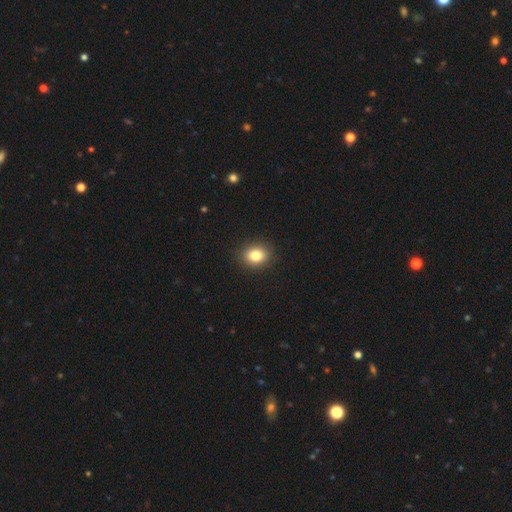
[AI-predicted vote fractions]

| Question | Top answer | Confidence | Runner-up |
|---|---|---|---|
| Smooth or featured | smooth | 82% | star or artifact (10%) |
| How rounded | in between | 50% | round (49%) |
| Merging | none | 90% | minor disturbance (7%) |